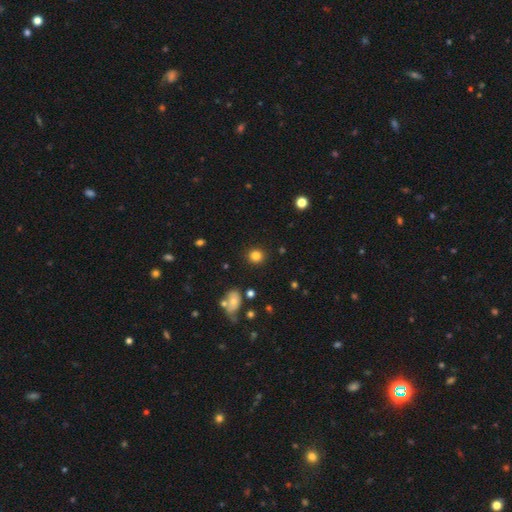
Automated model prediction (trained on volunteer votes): Morphology: type=smooth (83%); roundness=round (89%); merging=none (89%).